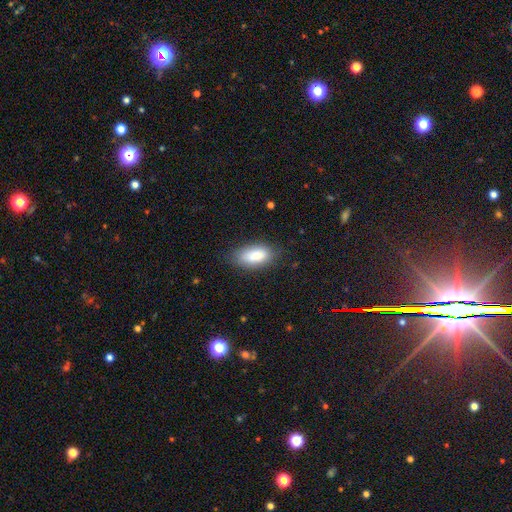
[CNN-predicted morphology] type=smooth (82%); roundness=in between (90%); merging=none (80%).